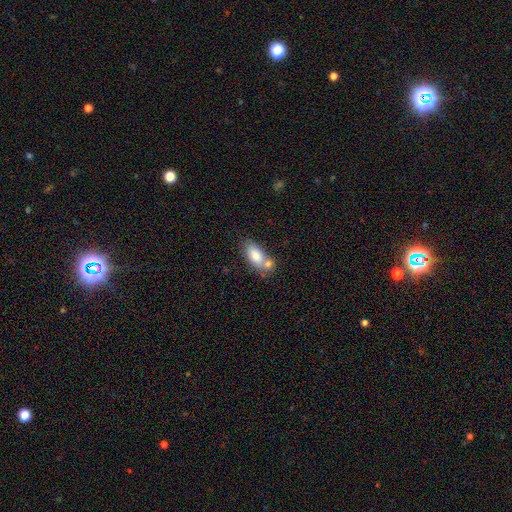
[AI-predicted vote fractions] Smooth or featured? Predicted: smooth (p=0.78). How rounded? Predicted: in between (p=0.88). Merging? Predicted: none (p=0.42).